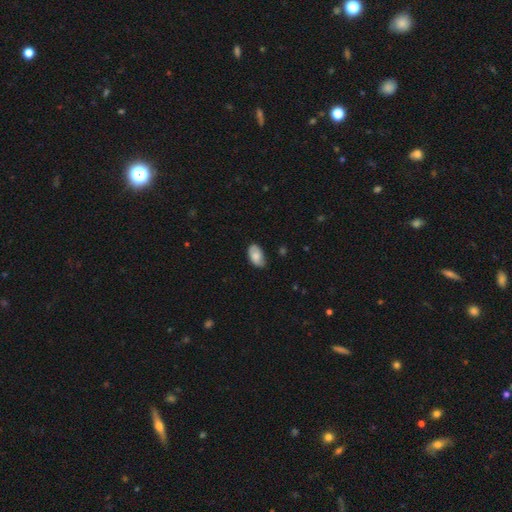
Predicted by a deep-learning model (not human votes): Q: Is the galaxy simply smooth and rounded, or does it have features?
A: smooth — 78%.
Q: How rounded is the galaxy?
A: in between — 95%.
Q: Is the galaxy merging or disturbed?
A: none — 69%.